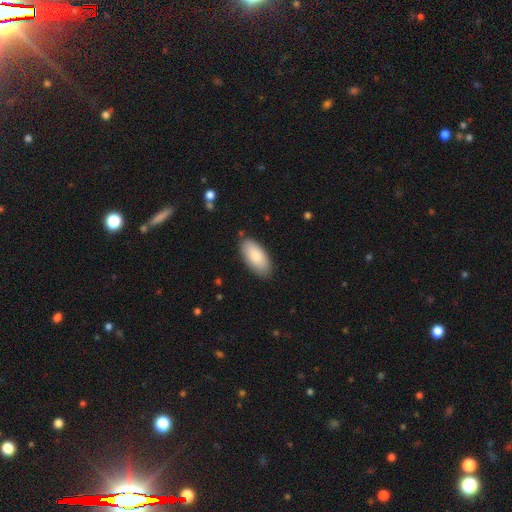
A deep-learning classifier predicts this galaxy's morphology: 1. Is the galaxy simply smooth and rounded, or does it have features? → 84% smooth, 11% featured or disk, 6% star or artifact.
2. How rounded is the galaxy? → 93% in between, 5% cigar-shaped, 2% round.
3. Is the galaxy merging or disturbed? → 84% none, 12% minor disturbance, 2% major disturbance, 1% merger.